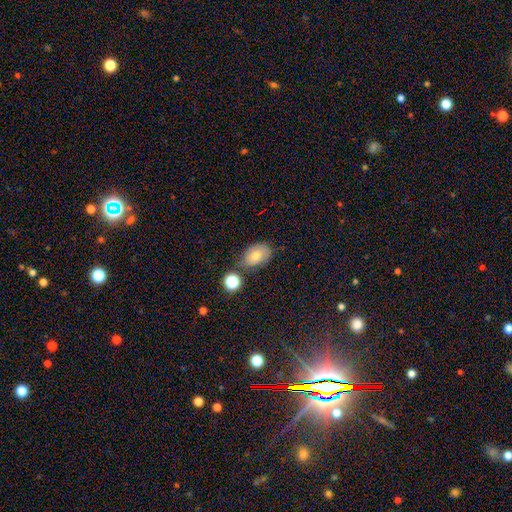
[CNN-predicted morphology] smooth 75%, featured or disk 14%, star or artifact 10%. Down the decision tree: how rounded — in between (84%); merging — none (63%).